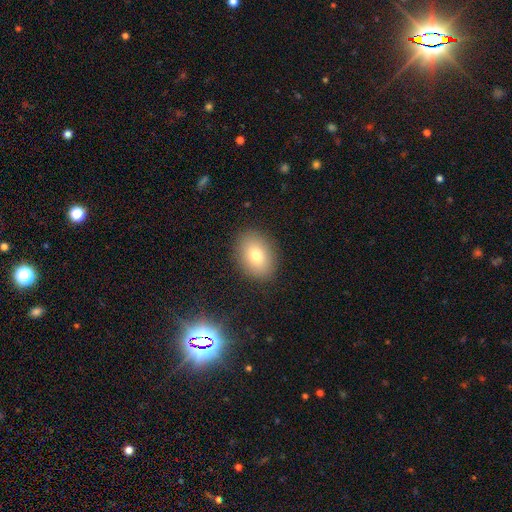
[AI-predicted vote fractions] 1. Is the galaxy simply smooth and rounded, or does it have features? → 74% smooth, 14% featured or disk, 12% star or artifact.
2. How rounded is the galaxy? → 72% in between, 27% round, 1% cigar-shaped.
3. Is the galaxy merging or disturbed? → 88% none, 8% minor disturbance, 3% major disturbance, 1% merger.